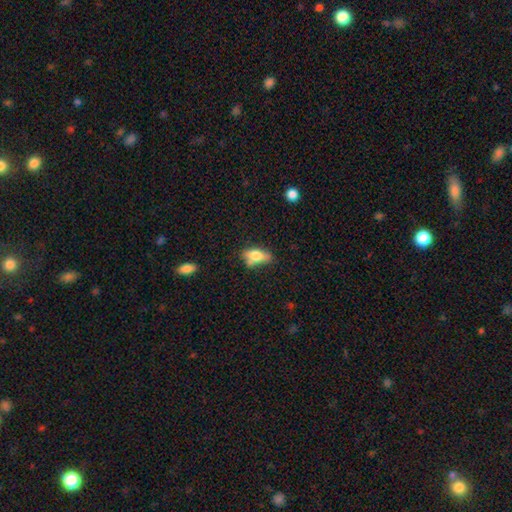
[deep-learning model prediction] Smooth or featured?
  - smooth: 68% *
  - featured or disk: 25%
  - star or artifact: 8%
How rounded?
  - in between: 79% *
  - cigar-shaped: 16%
  - round: 5%
Merging?
  - none: 60% *
  - minor disturbance: 22%
  - merger: 11%
  - major disturbance: 6%